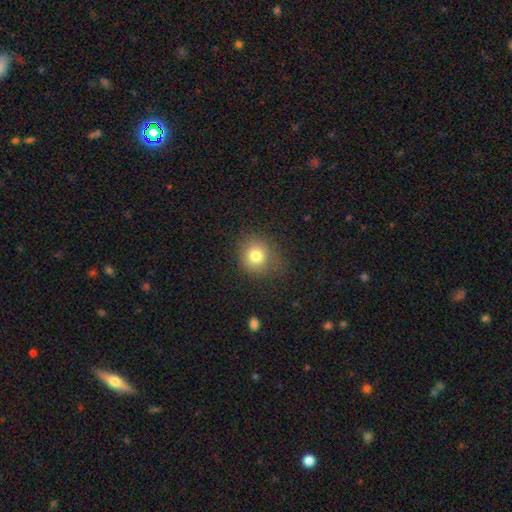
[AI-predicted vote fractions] Smooth or featured? smooth (79%)
How rounded? round (78%)
Merging? none (75%)